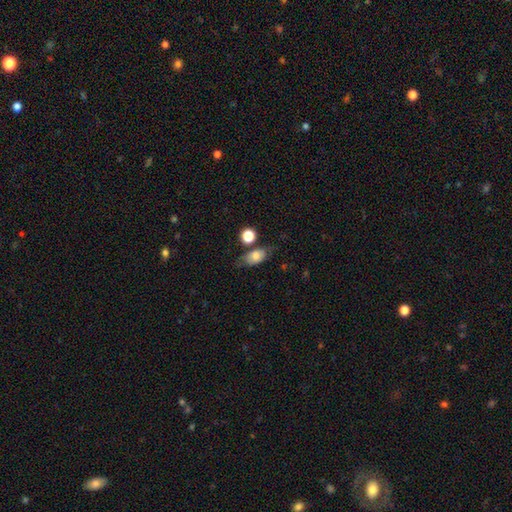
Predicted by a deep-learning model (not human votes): Morphology: type=smooth (68%); roundness=in between (76%); merging=none (60%).